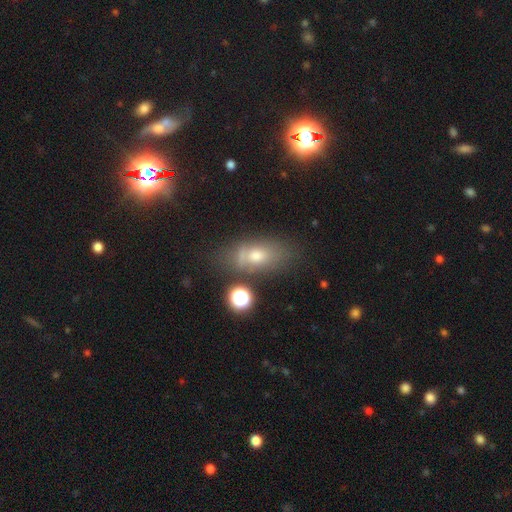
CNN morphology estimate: Smooth or featured? smooth (59%)
How rounded? in between (79%)
Merging? none (55%)